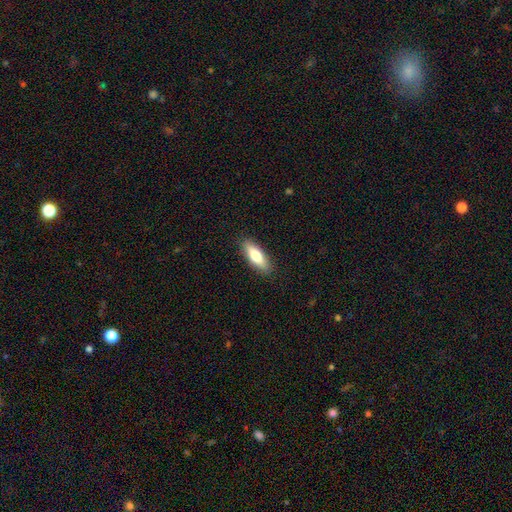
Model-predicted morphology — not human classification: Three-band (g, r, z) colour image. It shows a smooth galaxy with no disk features (71%) that is in between round and cigar-shaped (58%). Merging: none (88%).